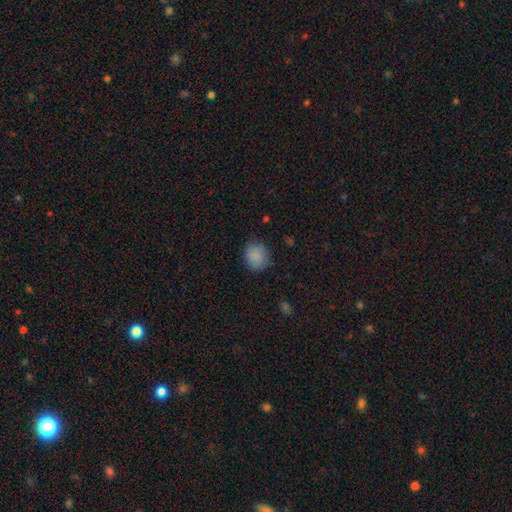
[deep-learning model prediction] A smooth galaxy with no disk features (86%) that is round (77%). Merging: none (79%).